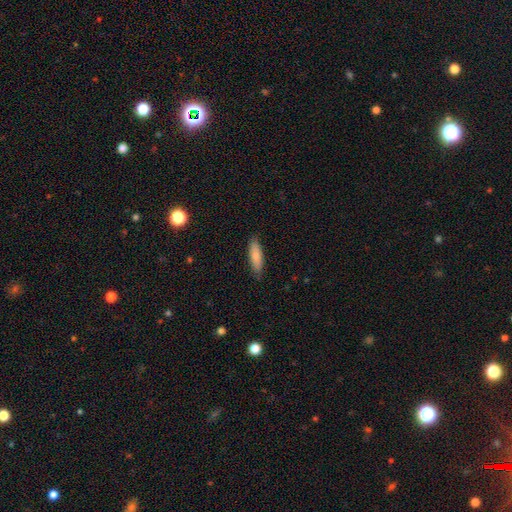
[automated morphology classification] smooth-or-featured: smooth: 82% | featured or disk: 12% | star or artifact: 6%
  how-rounded: cigar-shaped: 58% | in between: 40% | round: 2%
  merging: none: 86% | minor disturbance: 11% | major disturbance: 2% | merger: 1%